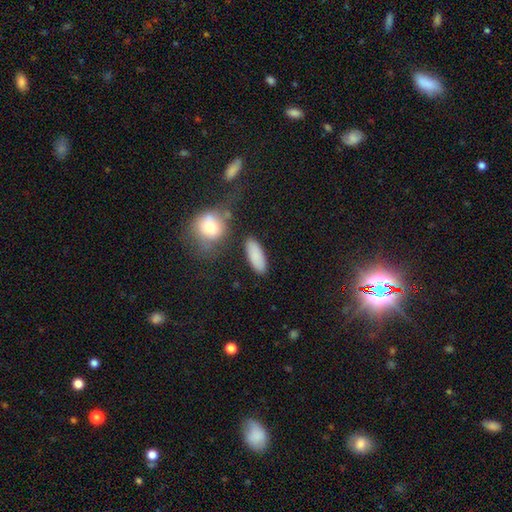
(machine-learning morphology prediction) Smooth or featured?
  - smooth: 86% *
  - featured or disk: 7%
  - star or artifact: 7%
How rounded?
  - in between: 72% *
  - cigar-shaped: 25%
  - round: 3%
Merging?
  - none: 81% *
  - minor disturbance: 11%
  - merger: 4%
  - major disturbance: 3%